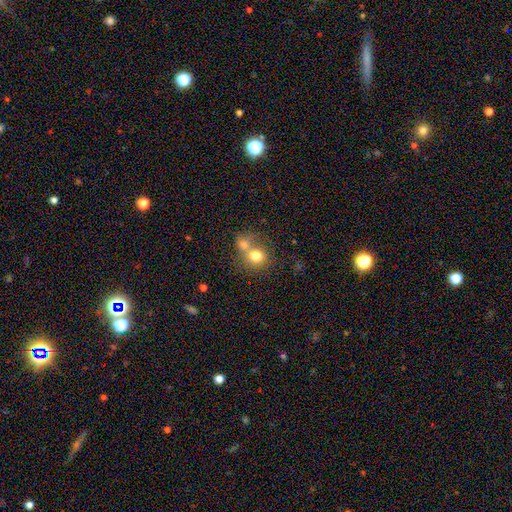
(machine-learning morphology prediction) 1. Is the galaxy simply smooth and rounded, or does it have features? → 74% smooth, 15% featured or disk, 10% star or artifact.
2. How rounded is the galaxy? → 74% round, 25% in between, 1% cigar-shaped.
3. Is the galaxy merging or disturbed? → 56% merger, 32% none, 8% minor disturbance, 4% major disturbance.